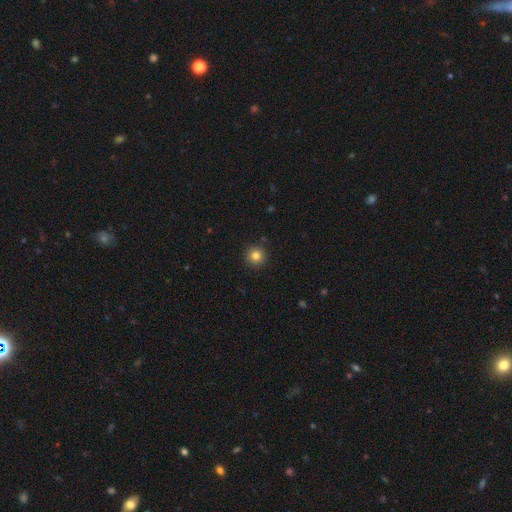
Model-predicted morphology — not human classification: A smooth galaxy with no disk features (82%) that is round (95%).

Vote fractions:
- Smooth or featured? smooth: 82% / star or artifact: 12% / featured or disk: 6%
- How rounded? round: 95% / in between: 4% / cigar-shaped: 1%
- Merging? none: 91% / minor disturbance: 6% / major disturbance: 2% / merger: 1%